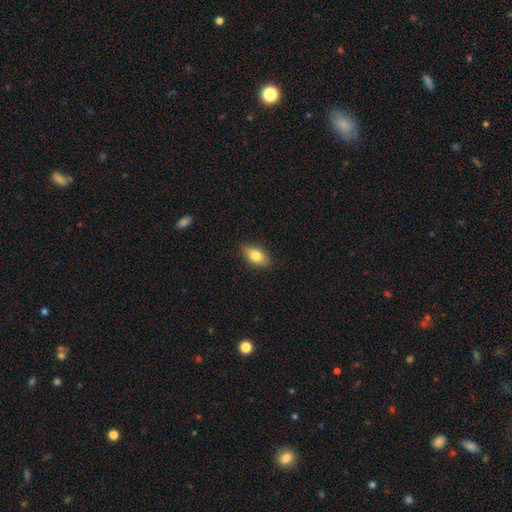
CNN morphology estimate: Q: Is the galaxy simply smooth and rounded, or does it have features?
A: smooth — 78%.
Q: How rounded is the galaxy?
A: in between — 88%.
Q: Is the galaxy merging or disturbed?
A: none — 87%.